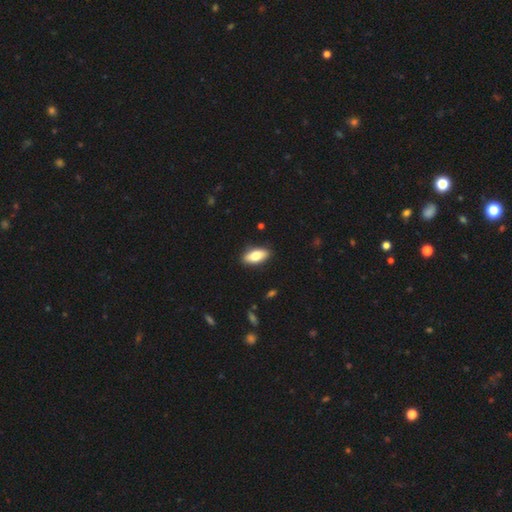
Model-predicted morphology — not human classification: A smooth galaxy with no disk features (80%) that is in between round and cigar-shaped (88%). Merging: none (88%).